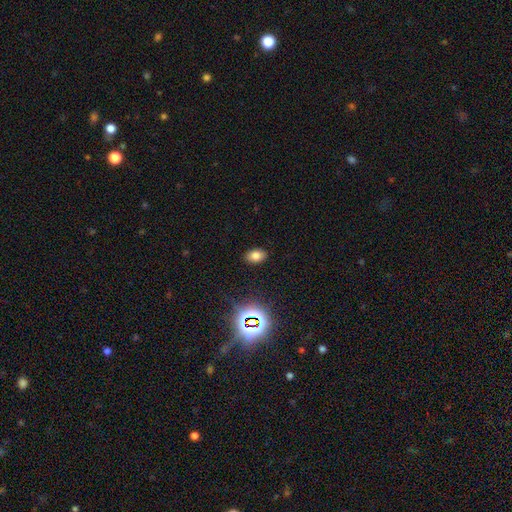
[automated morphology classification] Smooth or featured? smooth (74%)
How rounded? in between (85%)
Merging? none (88%)